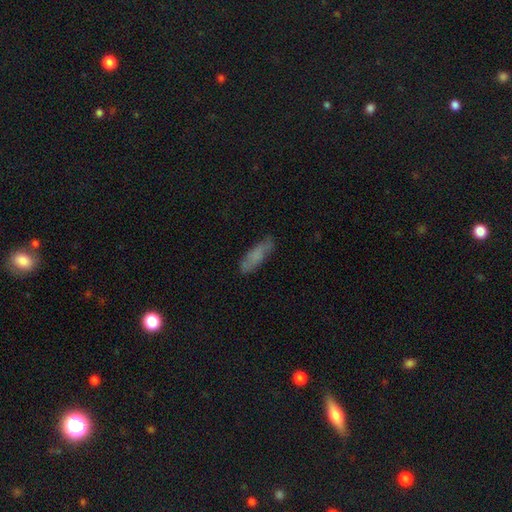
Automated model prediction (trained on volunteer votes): Q: Smooth or featured?
A: smooth (70%); runner-up: featured or disk (21%)
Q: How rounded?
A: cigar-shaped (57%); runner-up: in between (41%)
Q: Merging?
A: none (73%); runner-up: minor disturbance (19%)